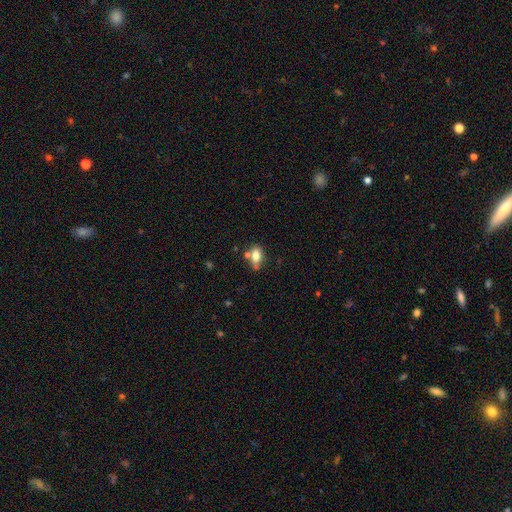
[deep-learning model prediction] A smooth galaxy with no disk features (74%) that is in between round and cigar-shaped (82%). Merging: none (53%).